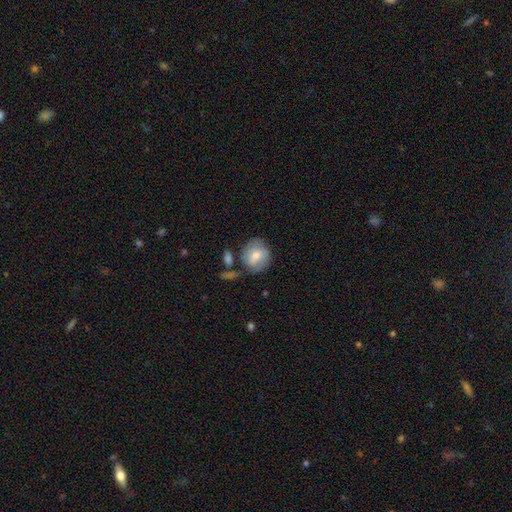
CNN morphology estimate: Smooth or featured? smooth (60%)
How rounded? round (79%)
Merging? none (62%)